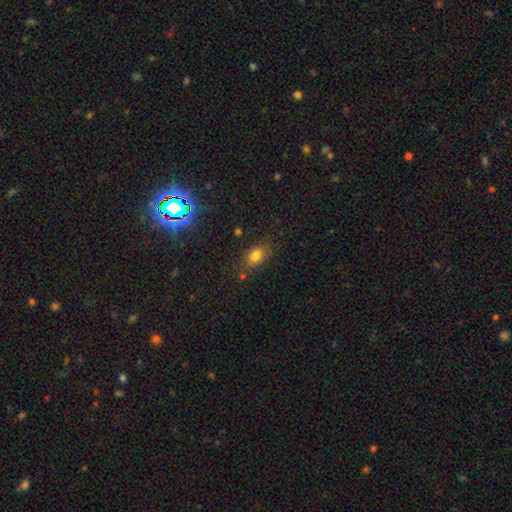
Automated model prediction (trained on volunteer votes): Q: Smooth or featured?
A: smooth (76%); runner-up: star or artifact (15%)
Q: How rounded?
A: in between (71%); runner-up: round (26%)
Q: Merging?
A: none (76%); runner-up: minor disturbance (15%)